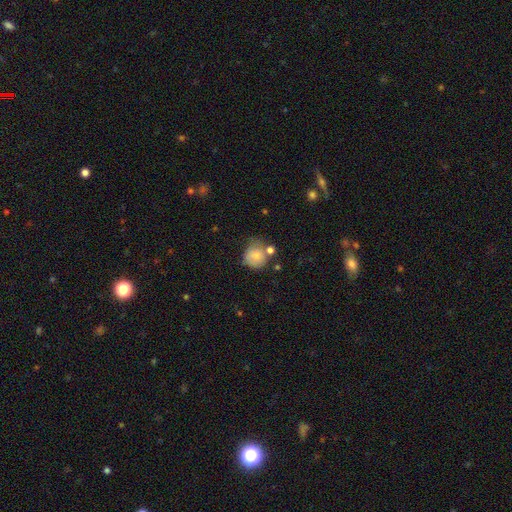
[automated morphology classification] smooth_or_featured: smooth (p=0.75) [alt: featured or disk p=0.16]
how_rounded: round (p=0.81) [alt: in between p=0.18]
merging: none (p=0.45) [alt: minor disturbance p=0.29]